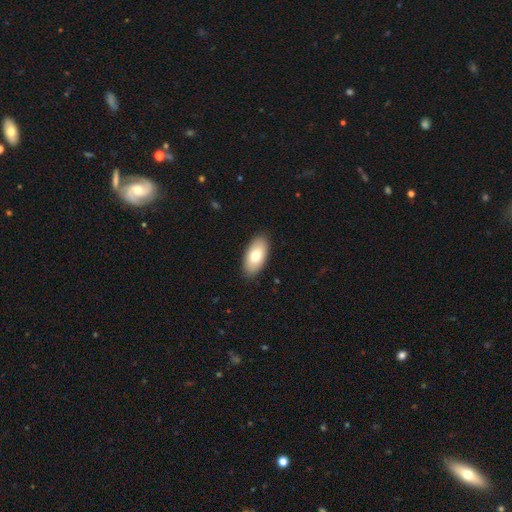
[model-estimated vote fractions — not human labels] smooth_or_featured: smooth (p=0.73) [alt: featured or disk p=0.21]
how_rounded: in between (p=0.94) [alt: cigar-shaped p=0.03]
merging: none (p=0.89) [alt: minor disturbance p=0.09]